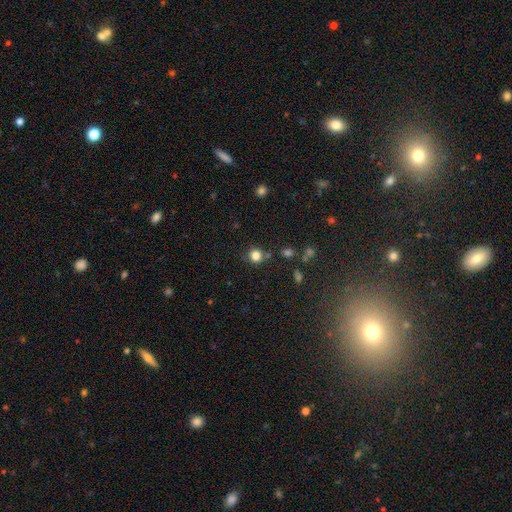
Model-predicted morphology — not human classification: smooth_or_featured: smooth (p=0.82) [alt: star or artifact p=0.13]
how_rounded: round (p=0.89) [alt: in between p=0.10]
merging: none (p=0.79) [alt: minor disturbance p=0.11]